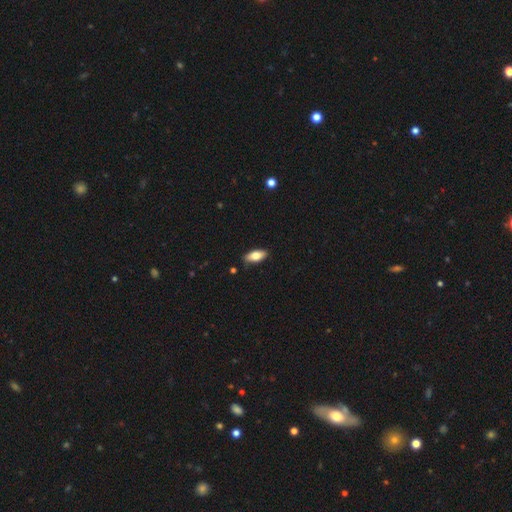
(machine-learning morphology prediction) This appears to be a smooth galaxy with no disk features (76%) that is in between round and cigar-shaped (85%). Merging: none (85%).